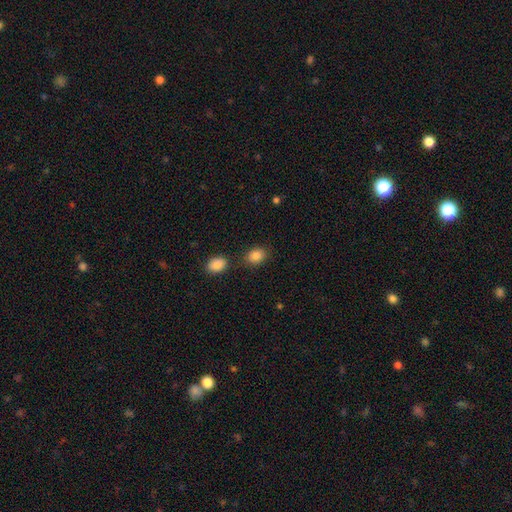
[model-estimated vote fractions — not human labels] Overall: smooth (86%). How rounded: in between (66%; round 32%). Merging: none (76%).